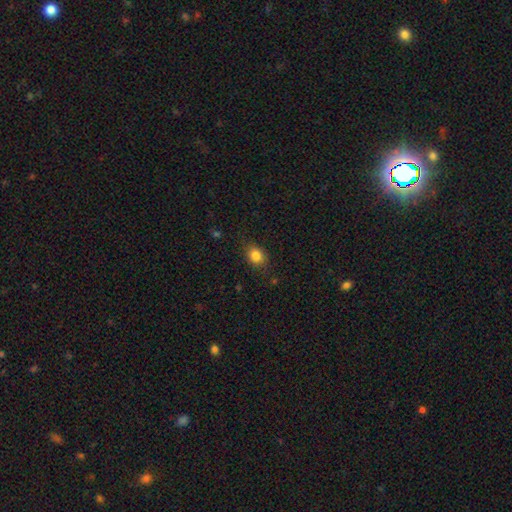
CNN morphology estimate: Q: Smooth or featured?
A: smooth (83%); runner-up: star or artifact (11%)
Q: How rounded?
A: round (50%); runner-up: in between (49%)
Q: Merging?
A: none (81%); runner-up: minor disturbance (14%)